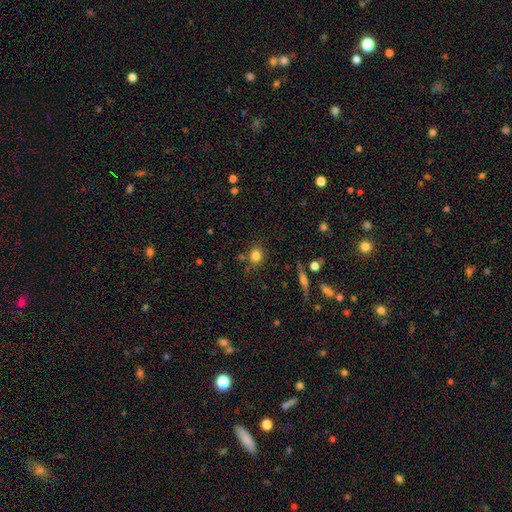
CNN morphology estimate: smooth_or_featured: smooth (p=0.80) [alt: star or artifact p=0.12]
how_rounded: round (p=0.69) [alt: in between p=0.30]
merging: none (p=0.78) [alt: minor disturbance p=0.12]